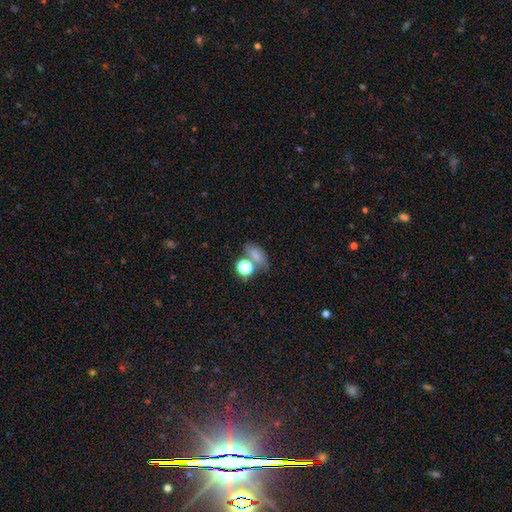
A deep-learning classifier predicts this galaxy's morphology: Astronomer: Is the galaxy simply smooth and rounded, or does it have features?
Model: smooth — 70%.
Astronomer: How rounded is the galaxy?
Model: in between — 71%.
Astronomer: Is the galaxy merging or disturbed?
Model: none — 51% (runner-up: merger, 26%).